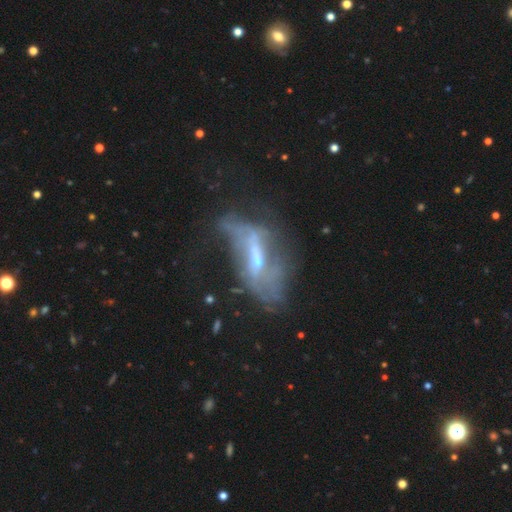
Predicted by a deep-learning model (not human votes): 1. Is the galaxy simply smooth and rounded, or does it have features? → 68% featured or disk, 20% smooth, 12% star or artifact.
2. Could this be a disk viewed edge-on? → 82% no, 18% yes.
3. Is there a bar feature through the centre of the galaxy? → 37% no, 34% weak, 29% strong.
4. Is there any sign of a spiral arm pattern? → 61% no, 39% yes.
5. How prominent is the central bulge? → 59% small, 29% moderate, 8% none, 3% large, 1% dominant.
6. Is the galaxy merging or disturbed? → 44% major disturbance, 27% none, 21% minor disturbance, 8% merger.